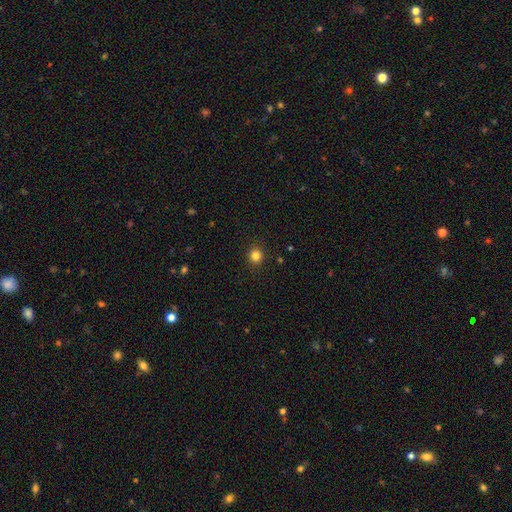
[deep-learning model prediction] A smooth galaxy with no disk features (82%) that is round (90%). Merging: none (91%).